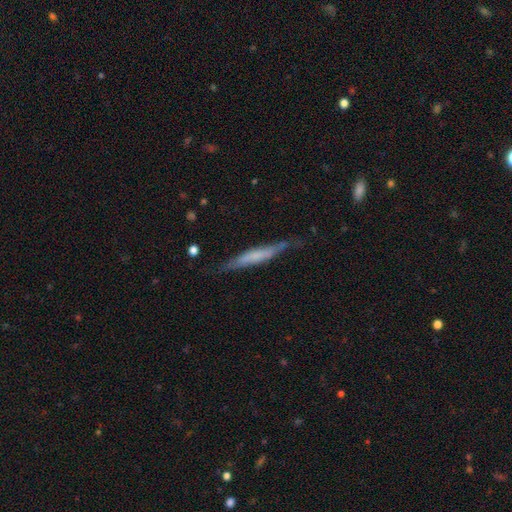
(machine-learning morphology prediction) A featured or disk galaxy (49%). Merging: none (72%).